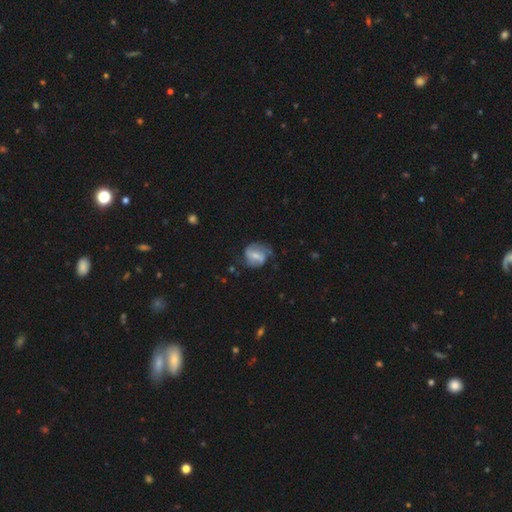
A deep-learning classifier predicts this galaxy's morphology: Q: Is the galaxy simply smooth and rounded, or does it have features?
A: featured or disk — 68%.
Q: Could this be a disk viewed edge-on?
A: no — 97%.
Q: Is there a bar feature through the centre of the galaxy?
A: weak — 44%.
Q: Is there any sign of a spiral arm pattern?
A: yes — 83%.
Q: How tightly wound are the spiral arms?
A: medium — 45%.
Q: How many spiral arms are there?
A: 2 — 80%.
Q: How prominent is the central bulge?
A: small — 49%.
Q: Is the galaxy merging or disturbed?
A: none — 62%.